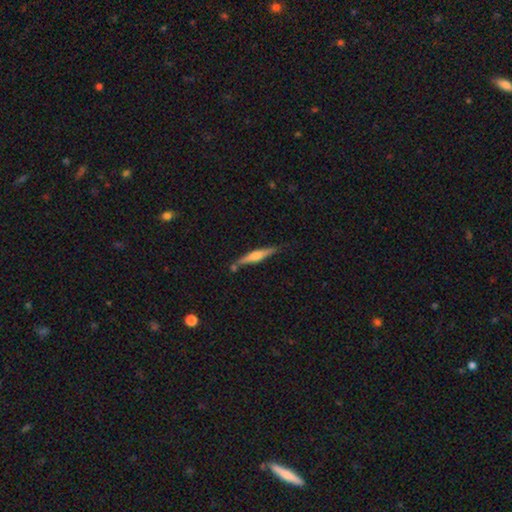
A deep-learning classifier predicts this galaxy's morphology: Smooth or featured?
  - featured or disk: 61% *
  - smooth: 33%
  - star or artifact: 6%
Edge-on disk?
  - yes: 97% *
  - no: 3%
Edge-on bulge?
  - rounded: 76% *
  - boxy: 15%
  - none: 9%
Merging?
  - none: 79% *
  - minor disturbance: 12%
  - merger: 6%
  - major disturbance: 3%